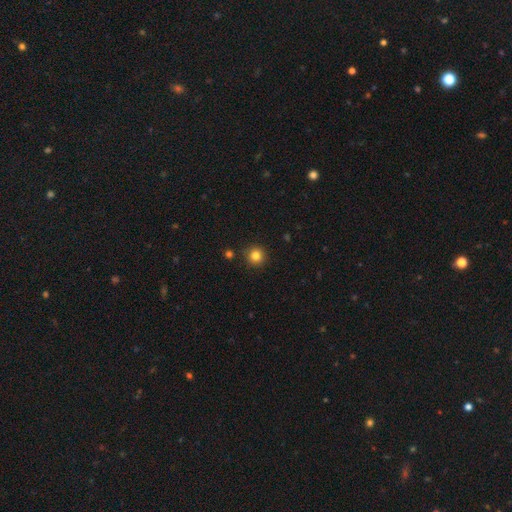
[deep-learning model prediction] This is clearly a smooth galaxy (83%). How rounded: clearly round (95%). Merging: clearly none (91%).